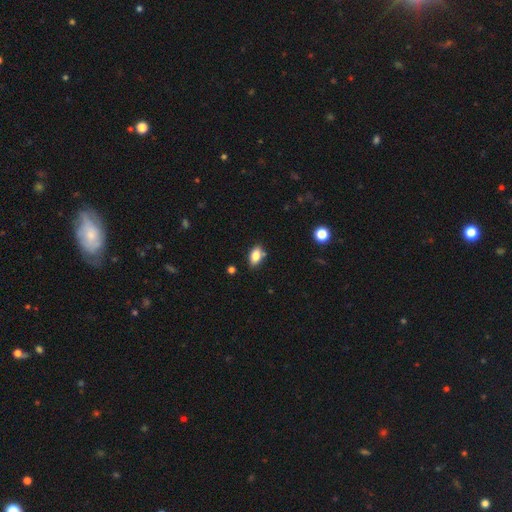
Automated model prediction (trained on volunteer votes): This appears to be a smooth galaxy with no disk features (81%) that is in between round and cigar-shaped (88%). Merging: none (77%).